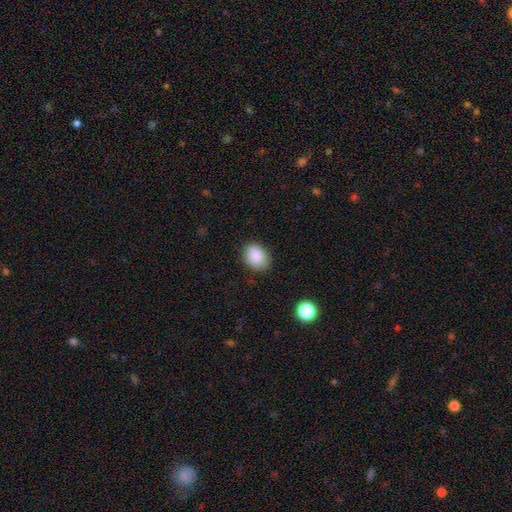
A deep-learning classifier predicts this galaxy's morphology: This is clearly a smooth galaxy (88%). How rounded: likely in between (61%). Merging: clearly none (83%).